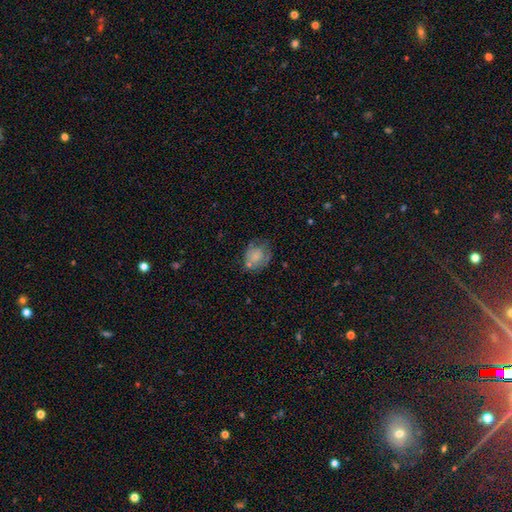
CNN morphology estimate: Smooth or featured? Predicted: smooth (p=0.61). How rounded? Predicted: round (p=0.59). Merging? Predicted: none (p=0.47).